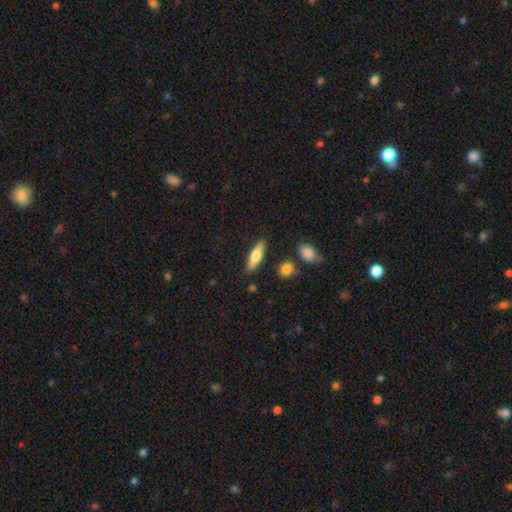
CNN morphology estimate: A smooth galaxy with no disk features (62%) that is cigar-shaped (64%). Merging: none (85%).